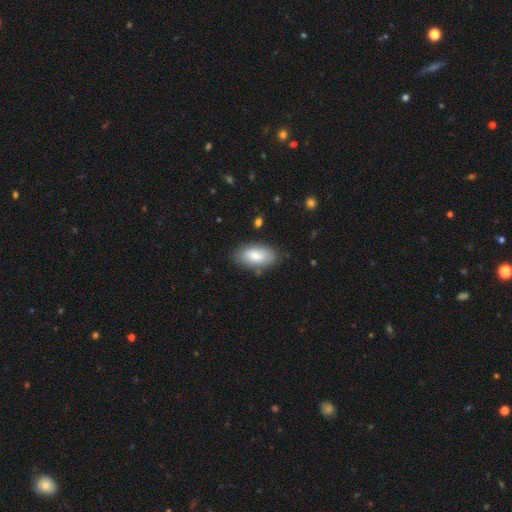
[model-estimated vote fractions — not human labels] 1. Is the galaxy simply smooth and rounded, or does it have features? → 82% smooth, 12% featured or disk, 6% star or artifact.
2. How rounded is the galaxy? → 94% in between, 3% cigar-shaped, 3% round.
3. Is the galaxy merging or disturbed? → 81% none, 14% minor disturbance, 3% major disturbance, 2% merger.